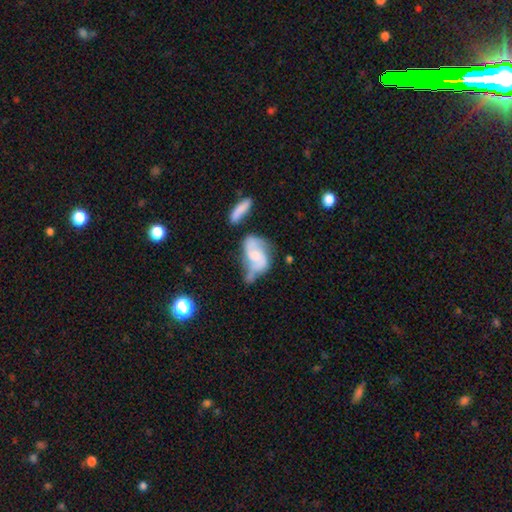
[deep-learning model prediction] The model was most divided on "bulge size" (2-way tie): small: 38%, moderate: 38%, none: 15%, large: 7%, dominant: 2%. Remaining: edge-on disk — no (96%); spiral arms — yes (85%); spiral arm count — 2 (83%); smooth or featured — featured or disk (65%); bar — no (57%); spiral winding — loose (47%); merging — none (31%).